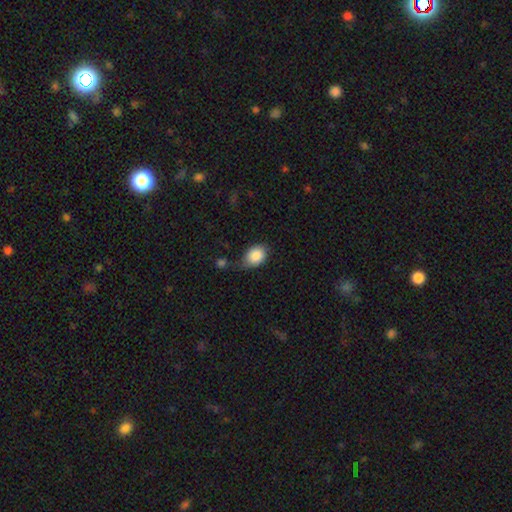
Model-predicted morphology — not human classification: type=smooth (86%); roundness=in between (71%); merging=none (52%).